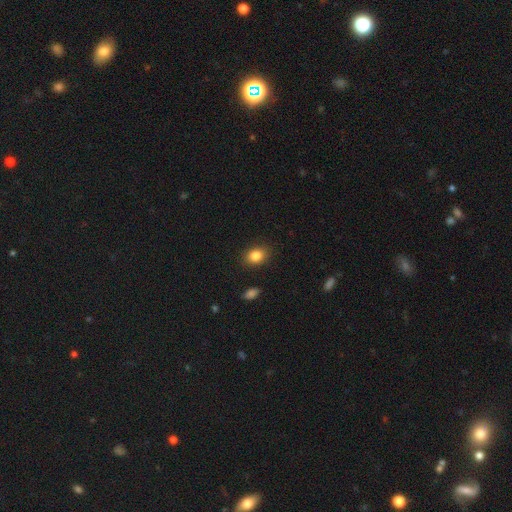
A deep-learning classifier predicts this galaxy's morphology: This is clearly a smooth galaxy (85%). How rounded: possibly in between (59%). Merging: clearly none (87%).